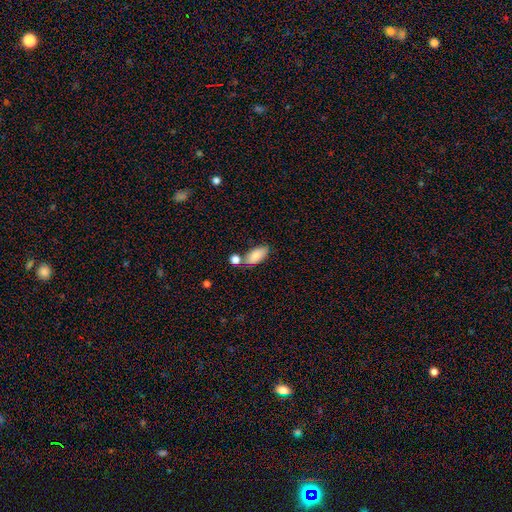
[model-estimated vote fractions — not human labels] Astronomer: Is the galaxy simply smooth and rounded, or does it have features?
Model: smooth — 84%.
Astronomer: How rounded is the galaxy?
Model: in between — 89%.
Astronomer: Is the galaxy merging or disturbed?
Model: none — 58%.